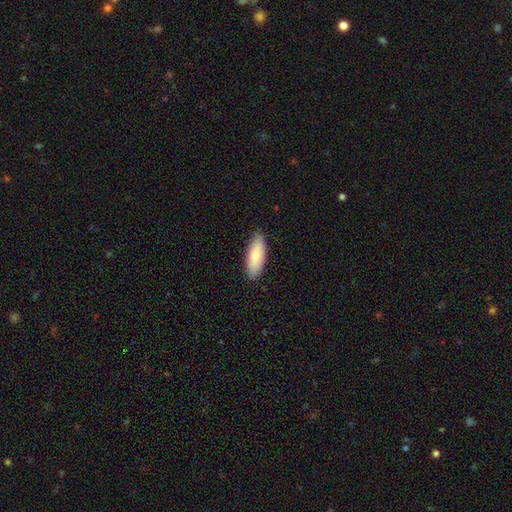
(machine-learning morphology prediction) smooth 83%, featured or disk 12%, star or artifact 5%. Down the decision tree: how rounded — in between (74%); merging — none (88%).